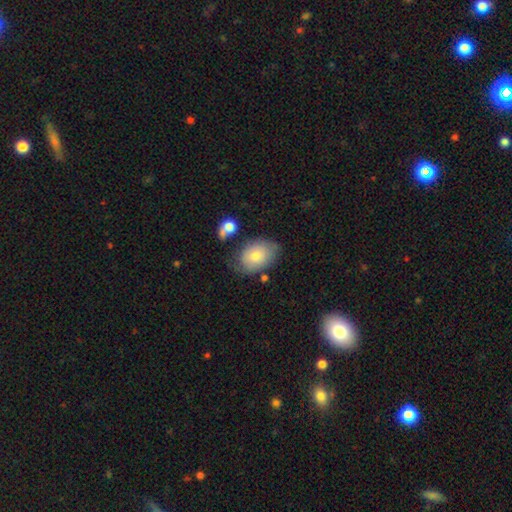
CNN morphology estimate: This appears to be a smooth galaxy with no disk features (71%) that is in between round and cigar-shaped (81%). Merging: none (61%).